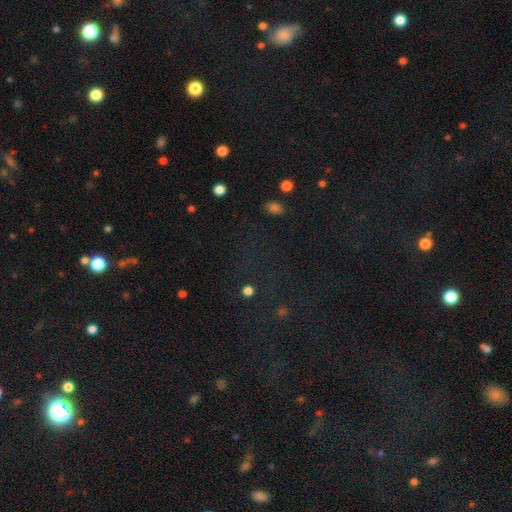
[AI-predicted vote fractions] Smooth or featured?
  - star or artifact: 71% *
  - smooth: 20%
  - featured or disk: 9%